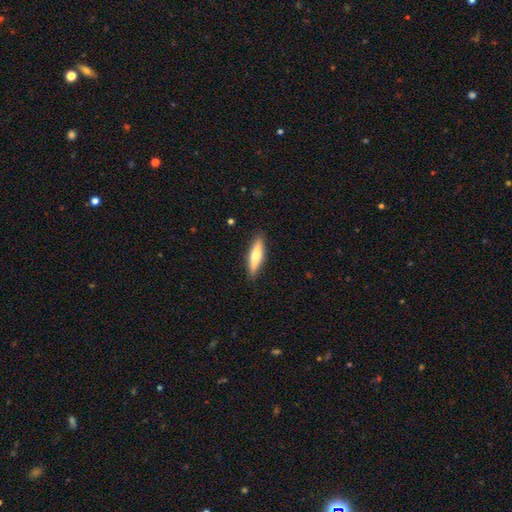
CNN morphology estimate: The model was most divided on "smooth or featured": smooth: 60%, featured or disk: 35%, star or artifact: 5%. More confident: merging — none (89%); how rounded — cigar-shaped (75%).